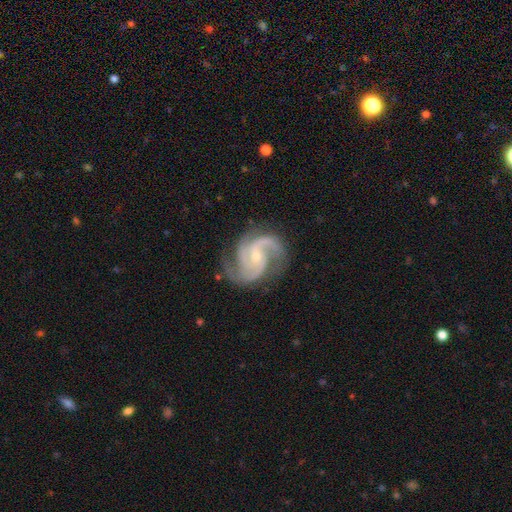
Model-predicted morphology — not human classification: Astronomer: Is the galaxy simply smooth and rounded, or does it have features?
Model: featured or disk — 93%.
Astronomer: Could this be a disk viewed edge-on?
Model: no — 98%.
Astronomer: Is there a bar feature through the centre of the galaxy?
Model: no — 60%.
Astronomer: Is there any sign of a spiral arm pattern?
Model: yes — 99%.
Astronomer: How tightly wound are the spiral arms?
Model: medium — 59%.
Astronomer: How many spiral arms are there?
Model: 3 — 53% (runner-up: 2, 30%).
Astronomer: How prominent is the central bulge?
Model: small — 70%.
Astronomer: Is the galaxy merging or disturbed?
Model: none — 74%.